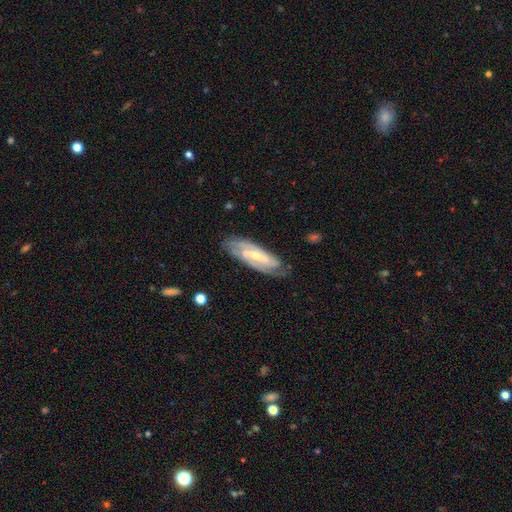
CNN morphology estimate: Smooth or featured? Predicted: featured or disk (p=0.84). Edge-on disk? Predicted: no (p=0.87). Bar? Predicted: weak (p=0.37). Spiral arms? Predicted: yes (p=0.96). Spiral winding? Predicted: tight (p=0.54). Spiral arm count? Predicted: 2 (p=0.55). Bulge size? Predicted: small (p=0.64). Merging? Predicted: none (p=0.78).